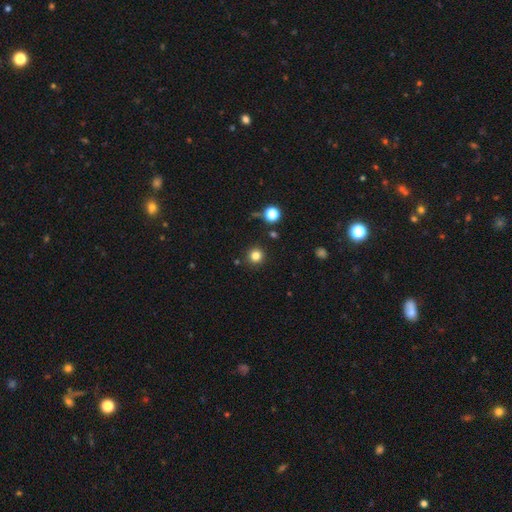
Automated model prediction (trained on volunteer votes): Q: Smooth or featured?
A: smooth (82%); runner-up: star or artifact (14%)
Q: How rounded?
A: round (95%); runner-up: in between (4%)
Q: Merging?
A: none (90%); runner-up: minor disturbance (6%)